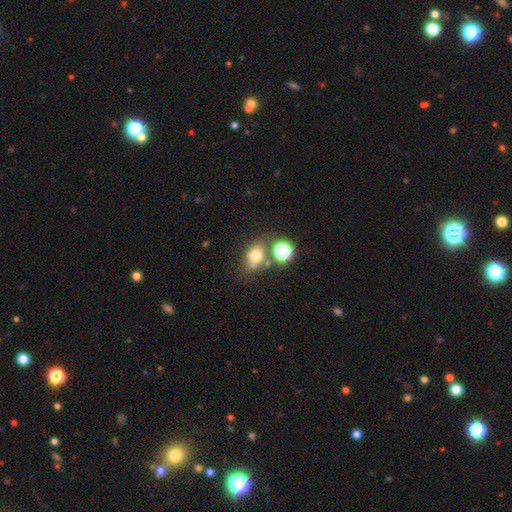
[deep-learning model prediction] Smooth or featured: smooth — 72% (star or artifact — 15%)
How rounded: in between — 64% (round — 34%)
Merging: none — 60% (merger — 19%)